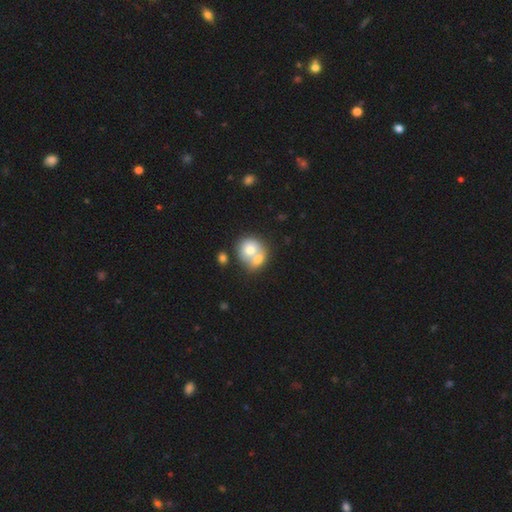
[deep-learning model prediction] Q: Smooth or featured?
A: smooth (66%); runner-up: featured or disk (26%)
Q: How rounded?
A: round (75%); runner-up: in between (24%)
Q: Merging?
A: merger (67%); runner-up: none (23%)